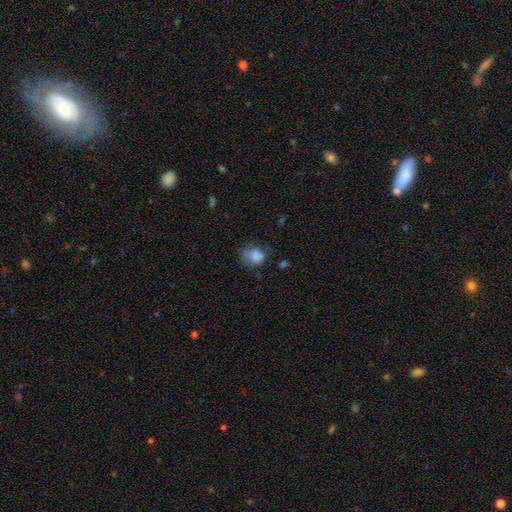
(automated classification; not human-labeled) Smooth or featured? smooth (79%)
How rounded? in between (56%)
Merging? none (39%)